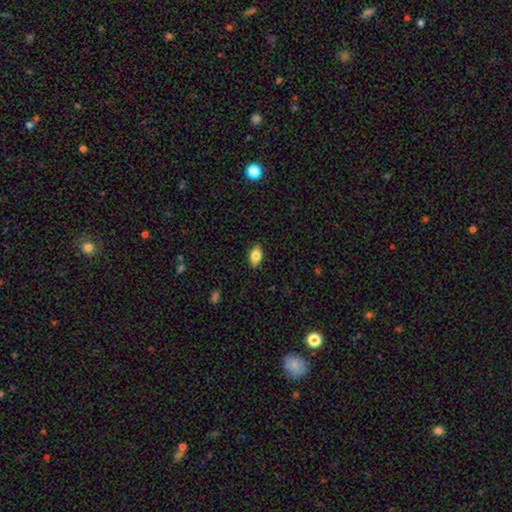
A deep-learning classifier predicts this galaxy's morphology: Smooth or featured? Predicted: smooth (p=0.79). How rounded? Predicted: in between (p=0.89). Merging? Predicted: none (p=0.86).